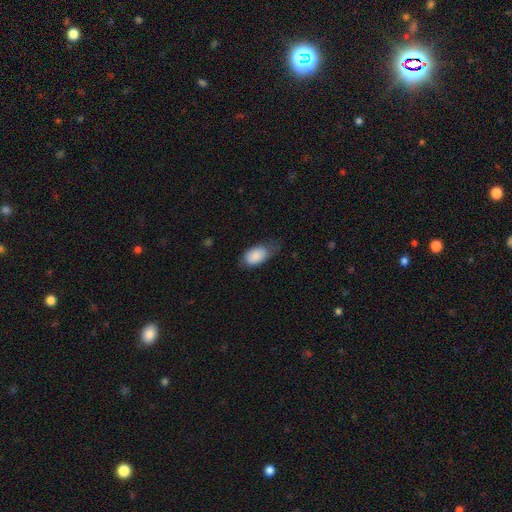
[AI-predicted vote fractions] Smooth or featured? Predicted: smooth (p=0.85). How rounded? Predicted: in between (p=0.92). Merging? Predicted: none (p=0.48).